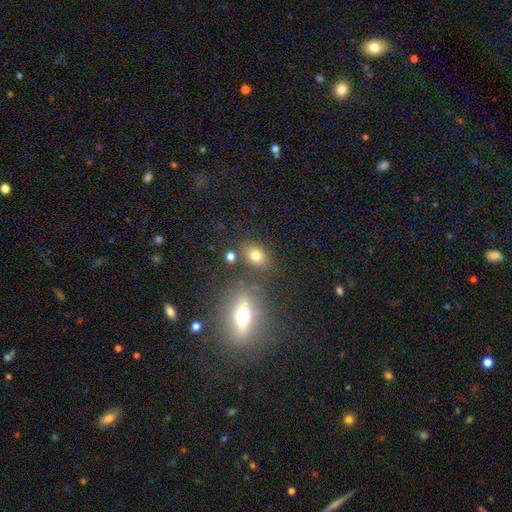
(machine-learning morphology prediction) The model was most divided on "how rounded": in between: 61%, round: 37%, cigar-shaped: 2%. More confident: smooth or featured — smooth (75%); merging — none (75%).